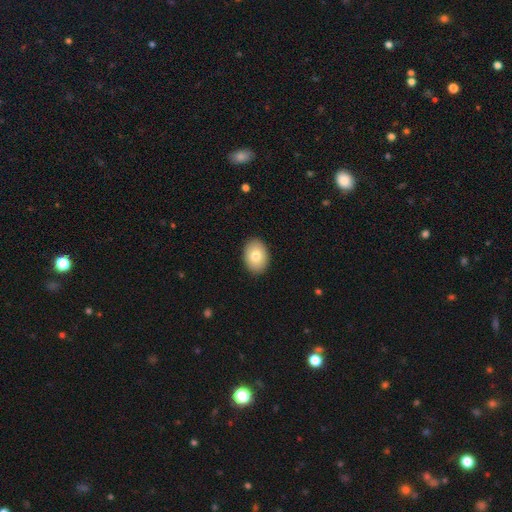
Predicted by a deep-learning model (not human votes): Smooth or featured?
  - smooth: 81% *
  - featured or disk: 12%
  - star or artifact: 7%
How rounded?
  - in between: 80% *
  - round: 19%
  - cigar-shaped: 1%
Merging?
  - none: 90% *
  - minor disturbance: 7%
  - major disturbance: 2%
  - merger: 1%